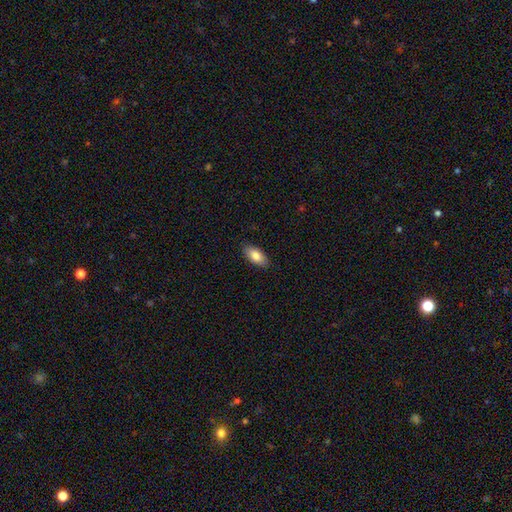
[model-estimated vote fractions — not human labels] A smooth galaxy with no disk features (83%) that is in between round and cigar-shaped (91%).

Vote fractions:
- Smooth or featured? smooth: 83% / featured or disk: 11% / star or artifact: 6%
- How rounded? in between: 91% / cigar-shaped: 6% / round: 3%
- Merging? none: 88% / minor disturbance: 9% / major disturbance: 2% / merger: 1%